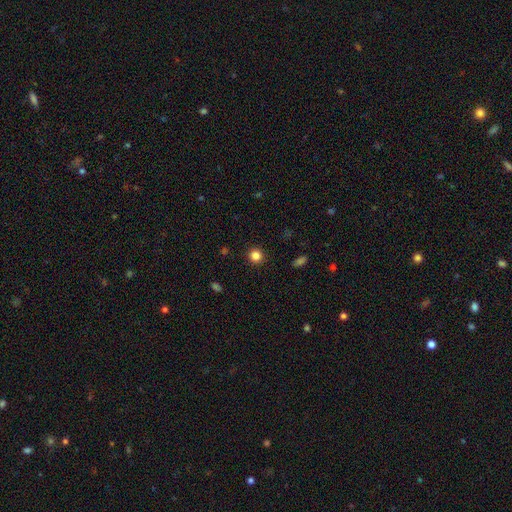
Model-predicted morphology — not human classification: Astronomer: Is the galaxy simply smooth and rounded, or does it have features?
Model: smooth — 83%.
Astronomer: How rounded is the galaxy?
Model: round — 93%.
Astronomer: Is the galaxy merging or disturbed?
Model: none — 92%.